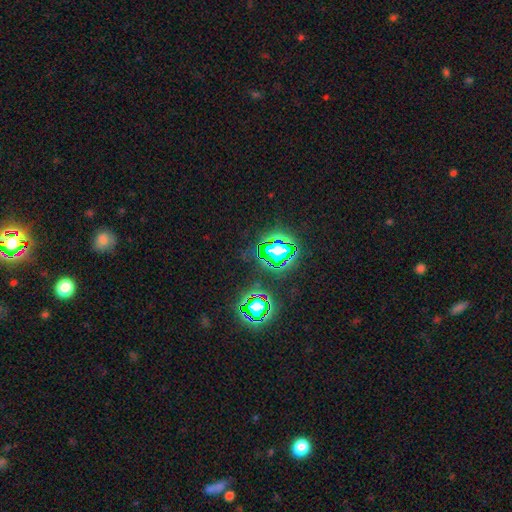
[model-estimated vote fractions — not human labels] A star or artifact, not a galaxy (80%).

Vote fractions:
- Smooth or featured? star or artifact: 80% / smooth: 13% / featured or disk: 7%